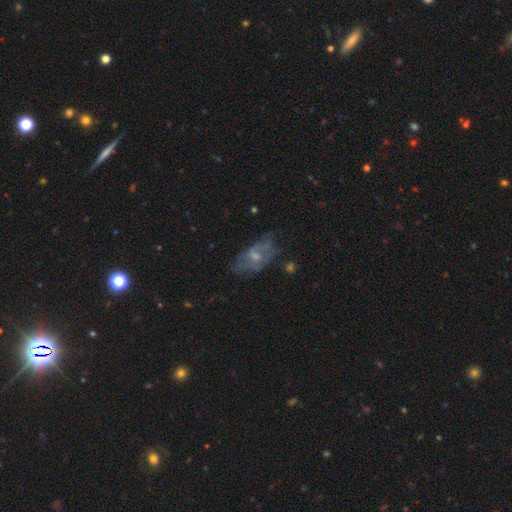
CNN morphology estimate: A featured or disk galaxy (54%).

Vote fractions:
- Smooth or featured? featured or disk: 54% / smooth: 36% / star or artifact: 10%
- Edge-on disk? no: 91% / yes: 9%
- Merging? none: 51% / minor disturbance: 26% / major disturbance: 20% / merger: 3%